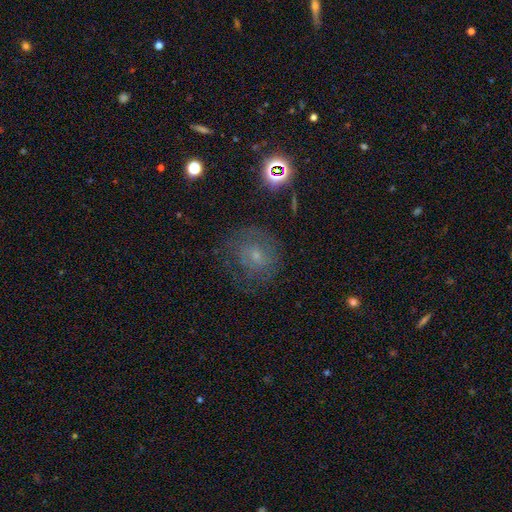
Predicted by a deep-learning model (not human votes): Smooth or featured: featured or disk — 48% (smooth — 33%)
Merging: none — 66% (minor disturbance — 18%)